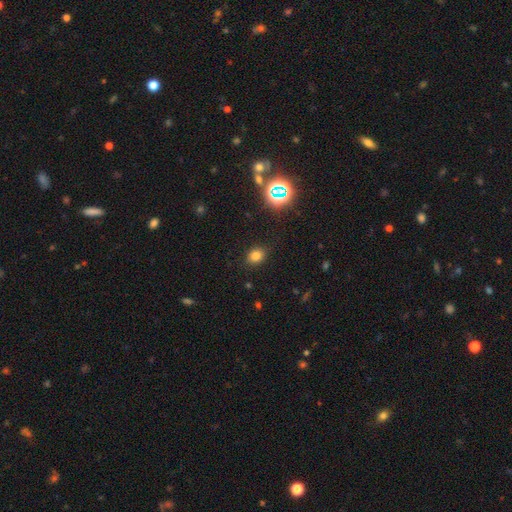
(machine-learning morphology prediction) smooth_or_featured: smooth (p=0.75) [alt: star or artifact p=0.18]
how_rounded: round (p=0.53) [alt: in between p=0.46]
merging: none (p=0.86) [alt: minor disturbance p=0.10]